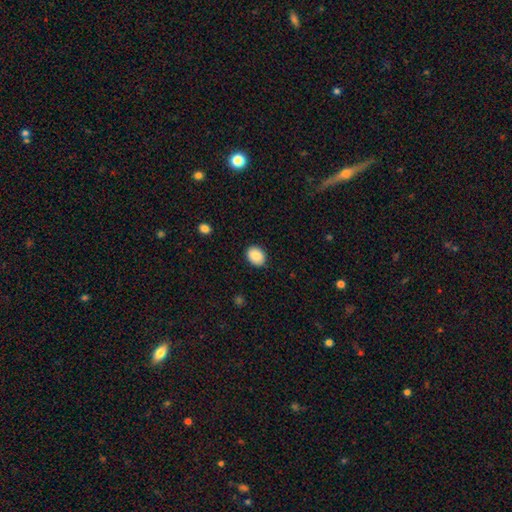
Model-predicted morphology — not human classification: This is clearly a smooth galaxy (89%). How rounded: possibly in between (59%). Merging: clearly none (87%).